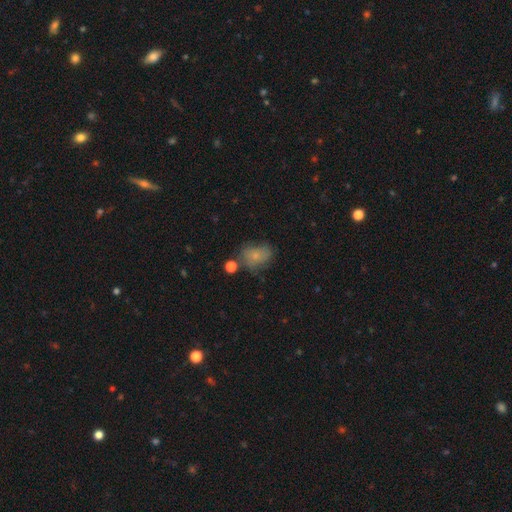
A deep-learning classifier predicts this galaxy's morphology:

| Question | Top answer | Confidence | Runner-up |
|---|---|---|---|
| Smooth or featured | smooth | 71% | featured or disk (18%) |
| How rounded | in between | 68% | round (31%) |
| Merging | none | 53% | minor disturbance (27%) |